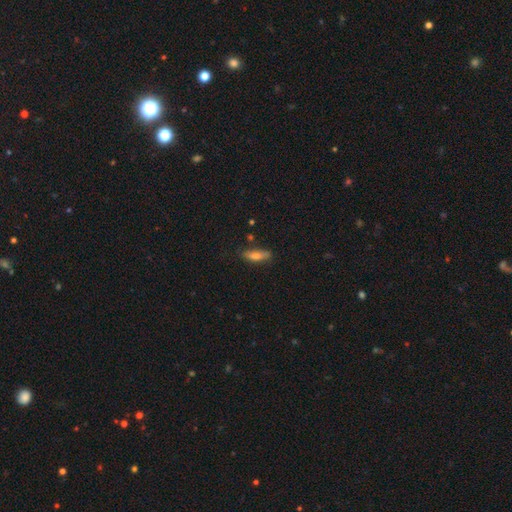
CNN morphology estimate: Smooth or featured? Predicted: smooth (p=0.66). How rounded? Predicted: cigar-shaped (p=0.59). Merging? Predicted: none (p=0.77).